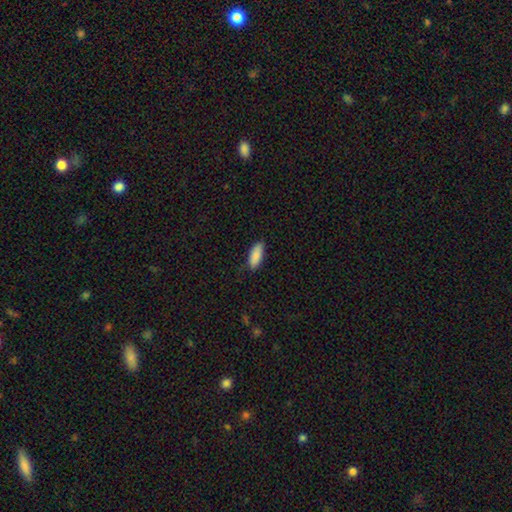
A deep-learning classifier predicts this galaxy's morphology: Smooth or featured? Predicted: smooth (p=0.89). How rounded? Predicted: in between (p=0.76). Merging? Predicted: none (p=0.82).